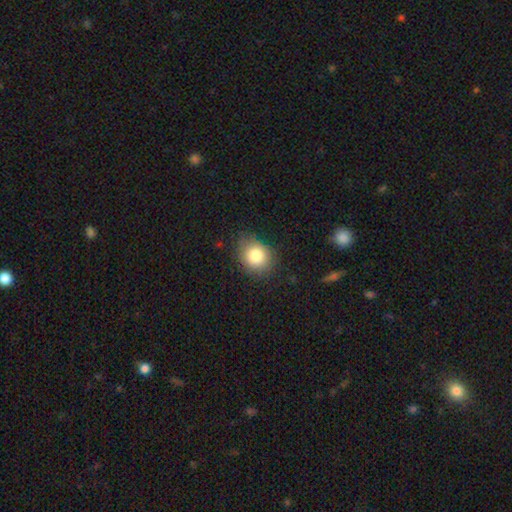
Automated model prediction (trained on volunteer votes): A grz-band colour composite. It shows a smooth galaxy with no disk features (84%) that is round (67%). Merging: none (74%).